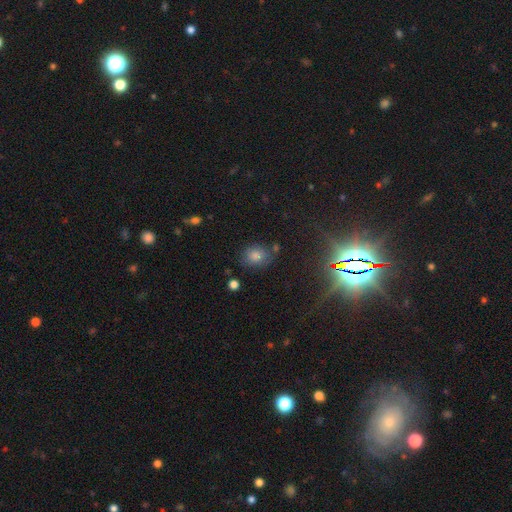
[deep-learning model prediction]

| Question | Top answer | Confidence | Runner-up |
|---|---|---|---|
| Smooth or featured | smooth | 70% | star or artifact (21%) |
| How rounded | in between | 50% | round (49%) |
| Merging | none | 75% | minor disturbance (16%) |